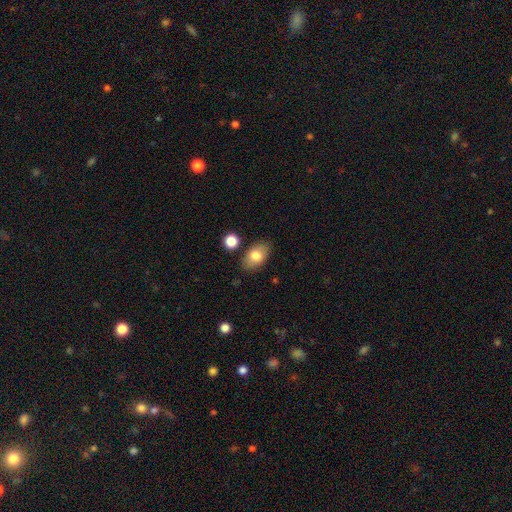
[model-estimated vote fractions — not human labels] This appears to be a smooth galaxy with no disk features (78%) that is in between round and cigar-shaped (88%). Merging: none (81%).